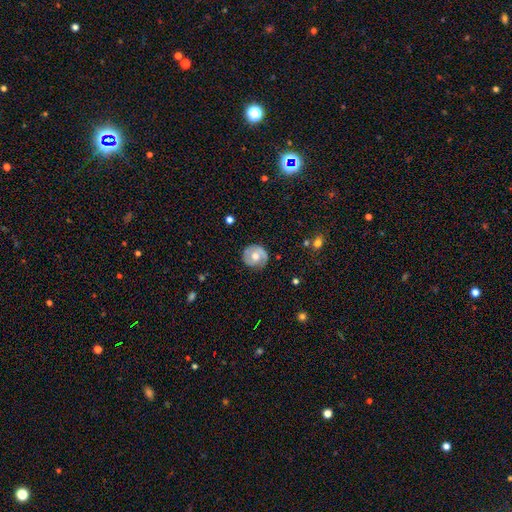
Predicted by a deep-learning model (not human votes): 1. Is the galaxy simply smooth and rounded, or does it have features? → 59% featured or disk, 35% smooth, 6% star or artifact.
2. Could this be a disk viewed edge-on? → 97% no, 3% yes.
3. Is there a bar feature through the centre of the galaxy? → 68% no, 27% weak, 5% strong.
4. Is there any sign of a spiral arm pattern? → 79% yes, 21% no.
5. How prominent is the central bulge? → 71% moderate, 13% large, 13% small, 2% none, 1% dominant.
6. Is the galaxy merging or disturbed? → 77% none, 16% minor disturbance, 5% major disturbance, 1% merger.